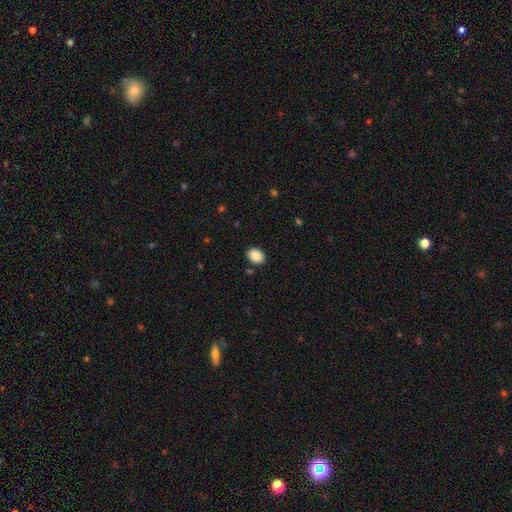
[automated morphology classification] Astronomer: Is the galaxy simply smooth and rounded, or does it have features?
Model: smooth — 87%.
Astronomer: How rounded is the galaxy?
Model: in between — 73%.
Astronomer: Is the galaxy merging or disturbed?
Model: none — 89%.